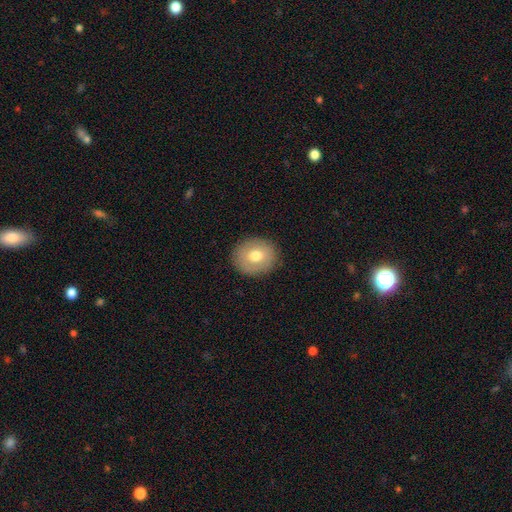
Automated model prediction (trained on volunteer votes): This appears to be a smooth galaxy with no disk features (69%) that is round (78%). Merging: none (88%).